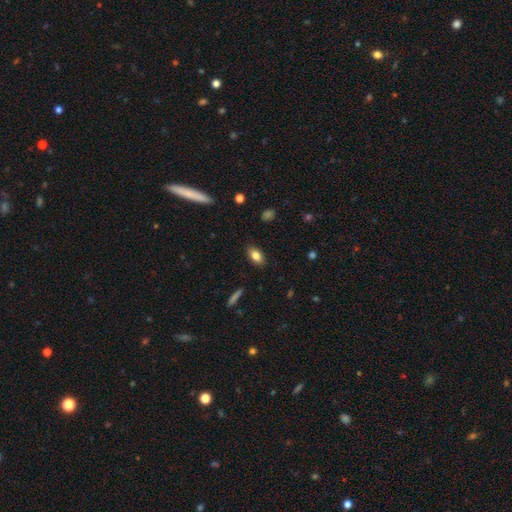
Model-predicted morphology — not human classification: Smooth or featured?
  - smooth: 82% *
  - featured or disk: 10%
  - star or artifact: 8%
How rounded?
  - in between: 89% *
  - round: 6%
  - cigar-shaped: 5%
Merging?
  - none: 87% *
  - minor disturbance: 10%
  - major disturbance: 2%
  - merger: 1%